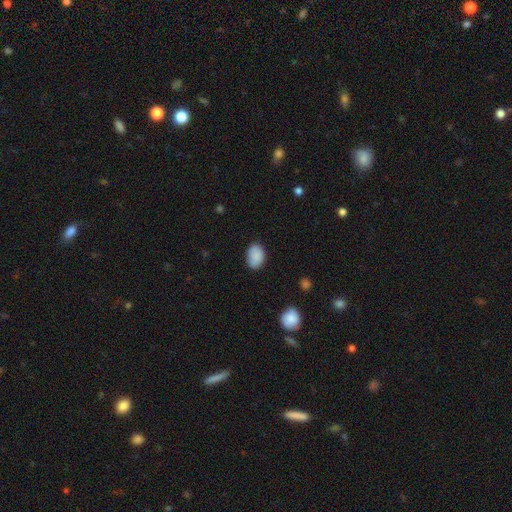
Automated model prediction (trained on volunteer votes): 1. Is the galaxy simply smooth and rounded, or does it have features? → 87% smooth, 8% star or artifact, 6% featured or disk.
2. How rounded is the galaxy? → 79% in between, 20% round, 1% cigar-shaped.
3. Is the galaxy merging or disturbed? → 79% none, 16% minor disturbance, 3% major disturbance, 1% merger.